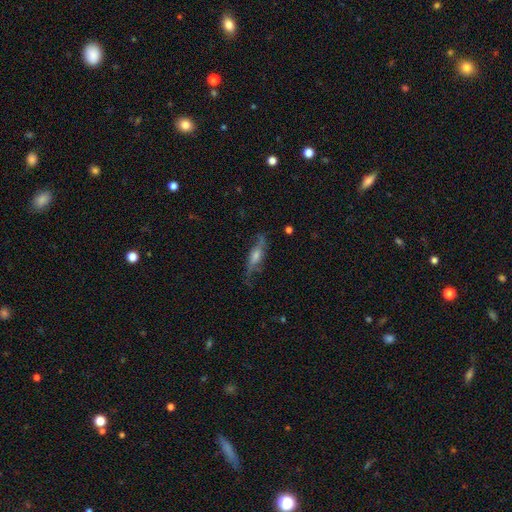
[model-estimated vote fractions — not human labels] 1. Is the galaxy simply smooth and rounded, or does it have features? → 69% featured or disk, 21% smooth, 9% star or artifact.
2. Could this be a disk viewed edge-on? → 63% no, 37% yes.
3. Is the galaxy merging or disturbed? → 67% none, 20% minor disturbance, 12% major disturbance, 2% merger.